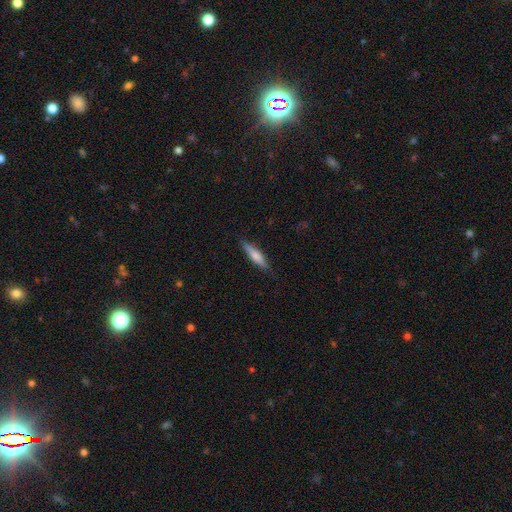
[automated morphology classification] Smooth or featured? Predicted: smooth (p=0.63). How rounded? Predicted: cigar-shaped (p=0.83). Merging? Predicted: none (p=0.85).